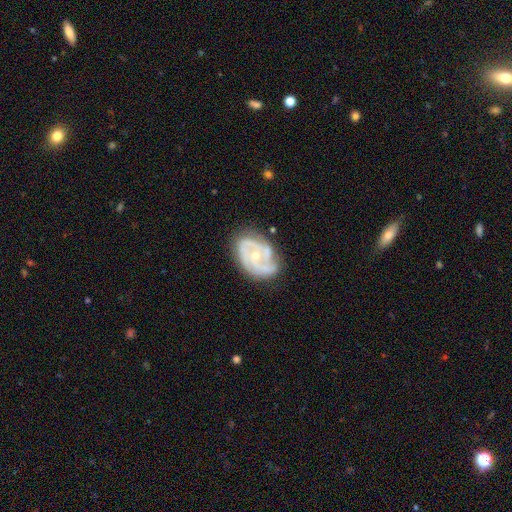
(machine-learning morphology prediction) Smooth or featured?
  - featured or disk: 85% *
  - smooth: 10%
  - star or artifact: 5%
Edge-on disk?
  - no: 97% *
  - yes: 3%
Bar?
  - no: 70% *
  - weak: 24%
  - strong: 6%
Spiral arms?
  - yes: 93% *
  - no: 7%
Spiral winding?
  - tight: 52% *
  - medium: 38%
  - loose: 10%
Spiral arm count?
  - 3: 39% *
  - 2: 30%
  - can't tell: 17%
  - 4: 6%
  - 1: 4%
  - more than 4: 3%
Bulge size?
  - small: 55% *
  - moderate: 42%
  - none: 1%
  - large: 1%
  - dominant: 1%
Merging?
  - none: 66% *
  - minor disturbance: 23%
  - major disturbance: 9%
  - merger: 2%